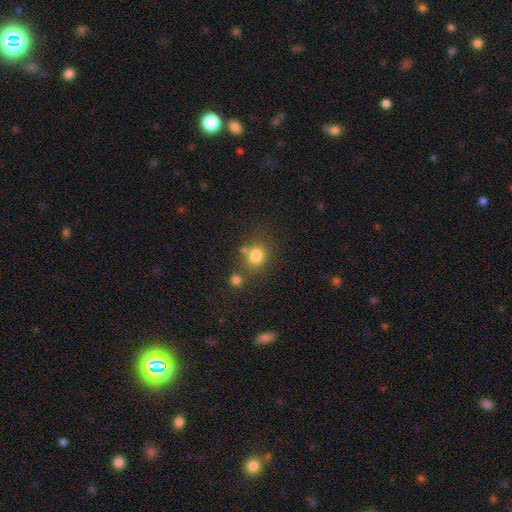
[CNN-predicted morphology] Smooth or featured? Predicted: smooth (p=0.80). How rounded? Predicted: round (p=0.72). Merging? Predicted: none (p=0.65).